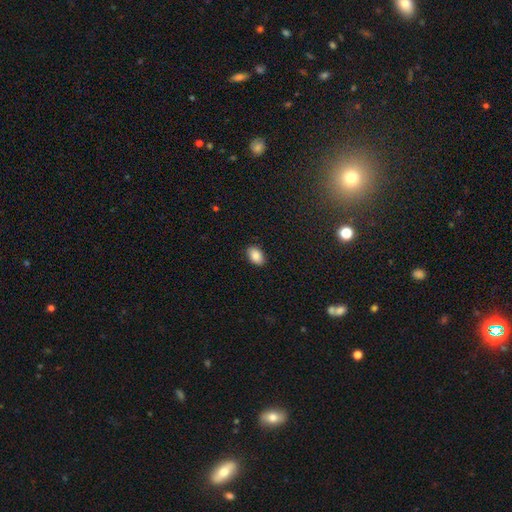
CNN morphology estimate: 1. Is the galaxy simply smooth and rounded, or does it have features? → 88% smooth, 8% star or artifact, 4% featured or disk.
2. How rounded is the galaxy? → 89% in between, 9% round, 1% cigar-shaped.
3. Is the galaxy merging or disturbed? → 88% none, 9% minor disturbance, 2% major disturbance, 1% merger.